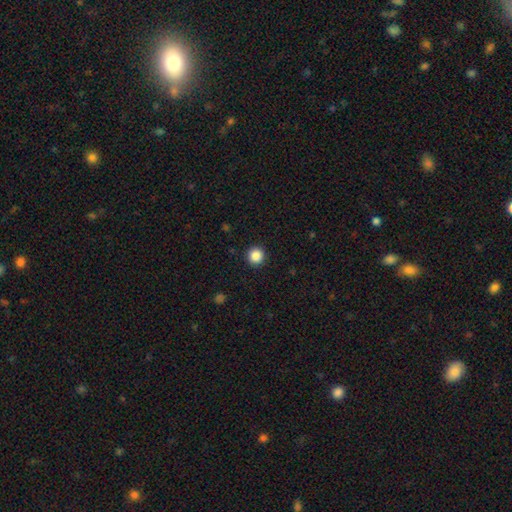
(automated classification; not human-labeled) A smooth galaxy with no disk features (87%) that is round (95%).

Vote fractions:
- Smooth or featured? smooth: 87% / star or artifact: 10% / featured or disk: 3%
- How rounded? round: 95% / in between: 4% / cigar-shaped: 1%
- Merging? none: 93% / minor disturbance: 5% / major disturbance: 2% / merger: 1%